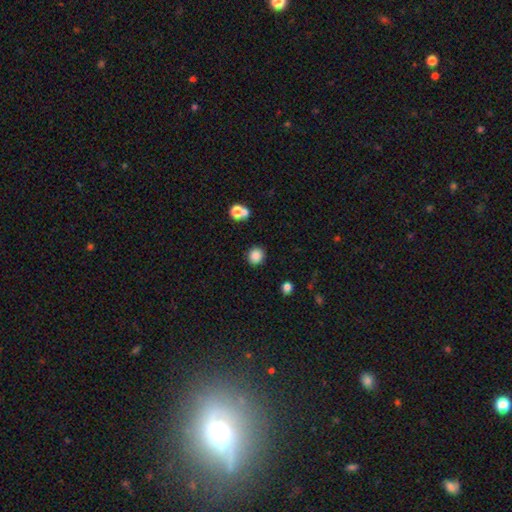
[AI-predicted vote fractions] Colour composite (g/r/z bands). It shows a smooth galaxy with no disk features (85%) that is round (89%). Merging: none (88%).